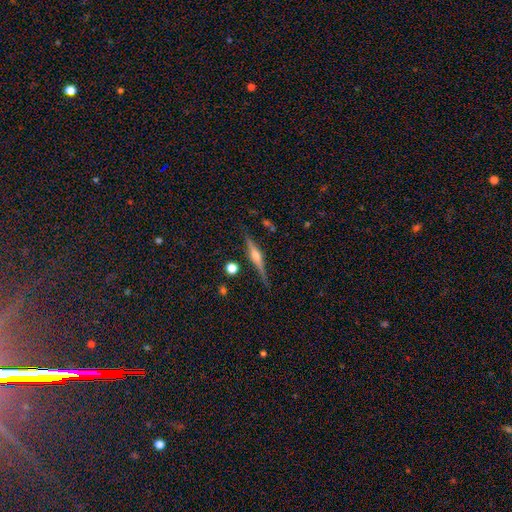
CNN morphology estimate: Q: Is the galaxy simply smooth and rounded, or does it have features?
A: featured or disk — 77%.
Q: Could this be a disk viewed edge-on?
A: yes — 98%.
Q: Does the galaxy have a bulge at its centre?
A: rounded — 89%.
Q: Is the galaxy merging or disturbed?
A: none — 85%.